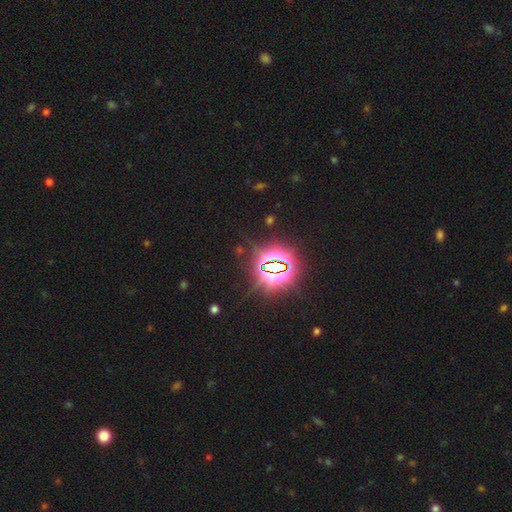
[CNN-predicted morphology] This is clearly a star or artifact rather than a galaxy (84%).